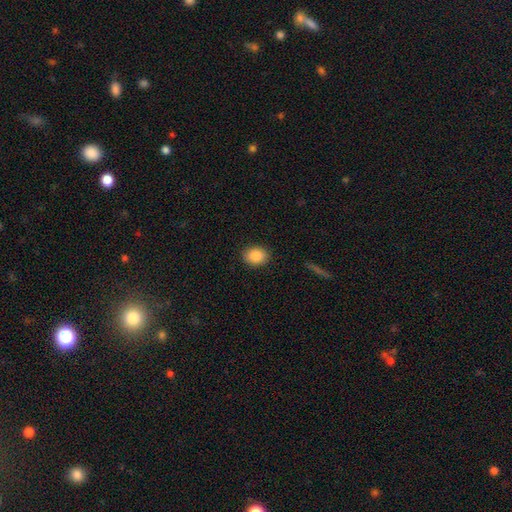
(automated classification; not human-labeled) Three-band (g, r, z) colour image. It shows a smooth galaxy with no disk features (88%) that is in between round and cigar-shaped (56%). Merging: none (89%).